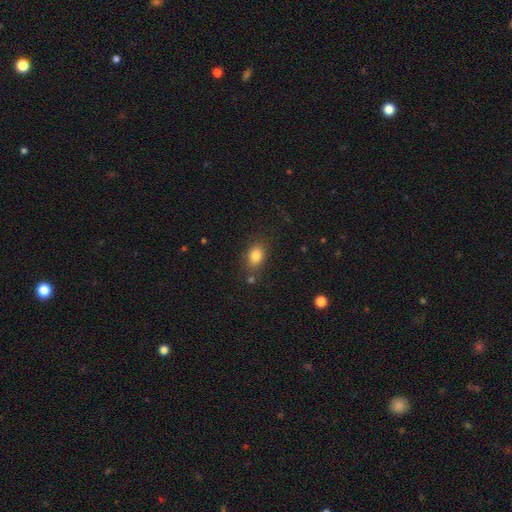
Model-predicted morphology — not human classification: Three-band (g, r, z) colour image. It shows a smooth galaxy with no disk features (82%) that is in between round and cigar-shaped (77%). Merging: none (79%).